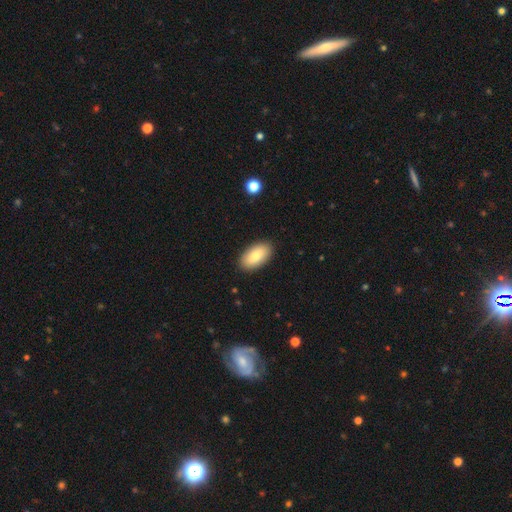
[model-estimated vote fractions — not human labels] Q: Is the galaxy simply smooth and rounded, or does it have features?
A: smooth — 79%.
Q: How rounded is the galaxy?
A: in between — 95%.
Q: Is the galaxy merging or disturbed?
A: none — 89%.